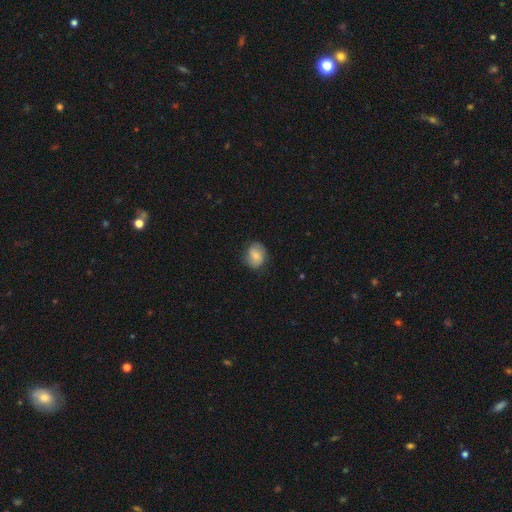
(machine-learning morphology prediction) A smooth galaxy with no disk features (75%) that is round (55%).

Vote fractions:
- Smooth or featured? smooth: 75% / featured or disk: 17% / star or artifact: 8%
- How rounded? round: 55% / in between: 44% / cigar-shaped: 1%
- Merging? none: 78% / minor disturbance: 17% / major disturbance: 4% / merger: 1%